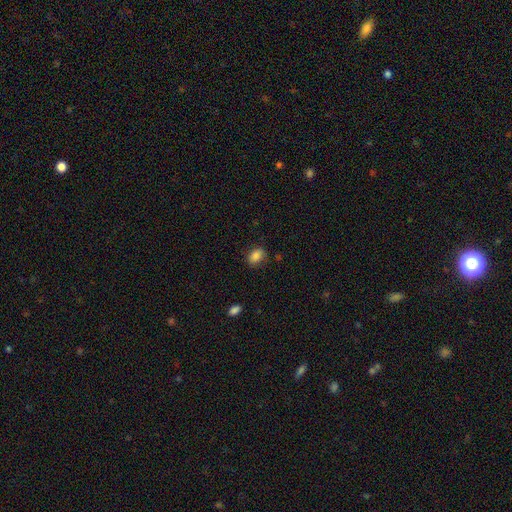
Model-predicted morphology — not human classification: Smooth or featured? Predicted: smooth (p=0.86). How rounded? Predicted: in between (p=0.78). Merging? Predicted: none (p=0.80).